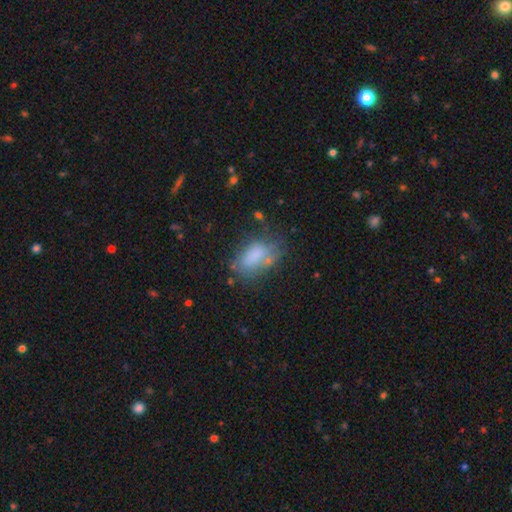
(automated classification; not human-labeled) This is likely a smooth galaxy (75%). How rounded: clearly in between (89%). Merging: possibly none (51%).